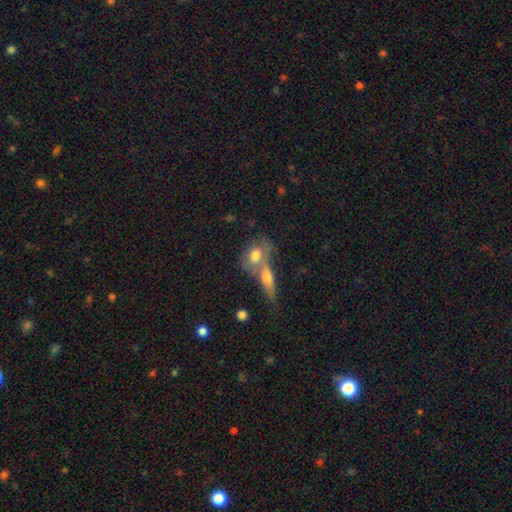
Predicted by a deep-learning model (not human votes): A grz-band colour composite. It shows a smooth galaxy with no disk features (68%) that is in between round and cigar-shaped (62%). Merging: merger (50%).